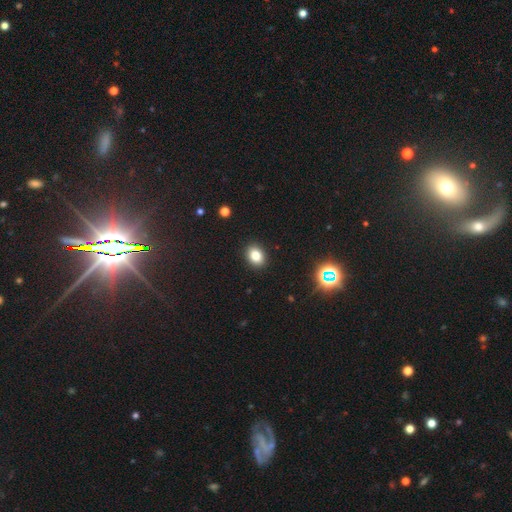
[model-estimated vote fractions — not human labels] smooth 82%, star or artifact 12%, featured or disk 6%. Down the decision tree: how rounded — in between (60%); merging — none (90%).